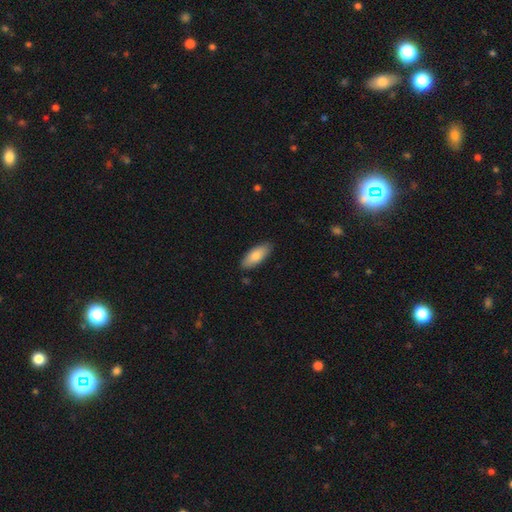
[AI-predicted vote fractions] This appears to be a smooth galaxy with no disk features (80%) that is in between round and cigar-shaped (77%). Merging: none (86%).